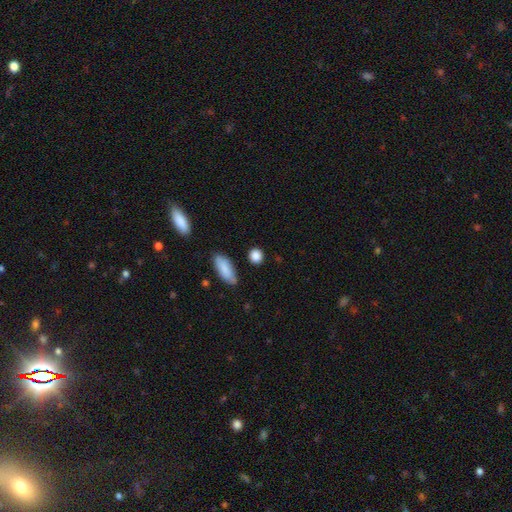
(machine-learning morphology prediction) Smooth or featured: smooth — 87% (star or artifact — 8%)
How rounded: round — 70% (in between — 26%)
Merging: none — 83% (minor disturbance — 11%)